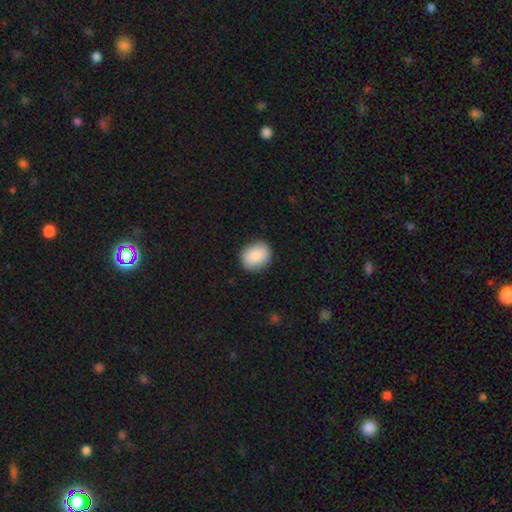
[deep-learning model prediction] smooth_or_featured: smooth (p=0.85) [alt: featured or disk p=0.08]
how_rounded: round (p=0.60) [alt: in between p=0.39]
merging: none (p=0.85) [alt: minor disturbance p=0.12]